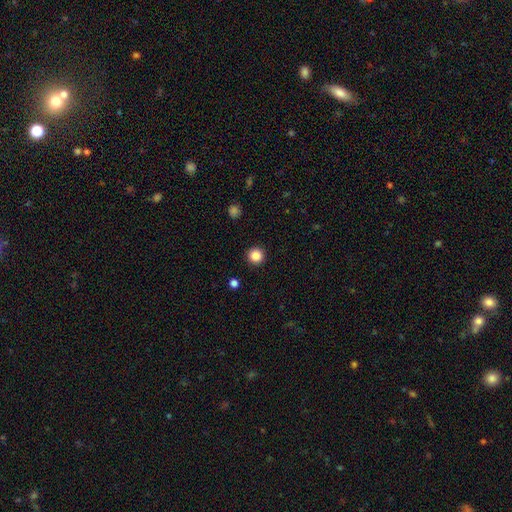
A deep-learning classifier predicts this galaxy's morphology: Smooth or featured: smooth — 86% (star or artifact — 11%)
How rounded: round — 96% (in between — 3%)
Merging: none — 93% (minor disturbance — 4%)